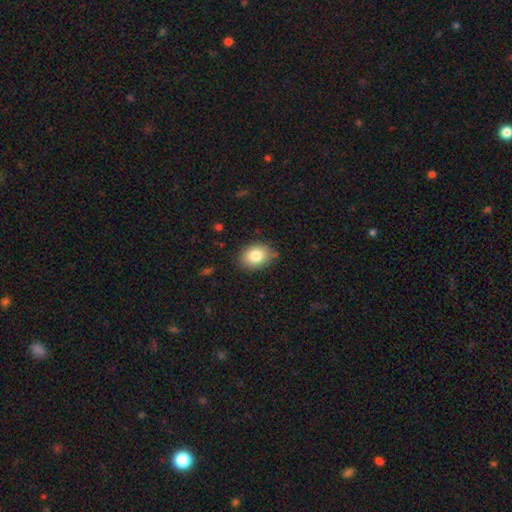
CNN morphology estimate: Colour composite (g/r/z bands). It shows a smooth galaxy with no disk features (83%) that is in between round and cigar-shaped (72%). Merging: none (81%).